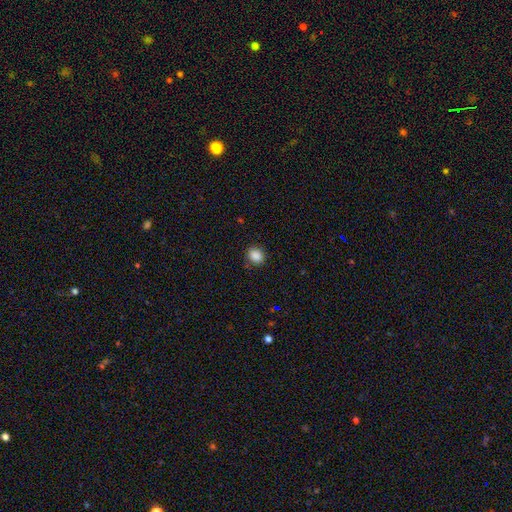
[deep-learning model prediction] Smooth or featured: smooth — 87% (star or artifact — 10%)
How rounded: round — 68% (in between — 31%)
Merging: none — 87% (minor disturbance — 9%)